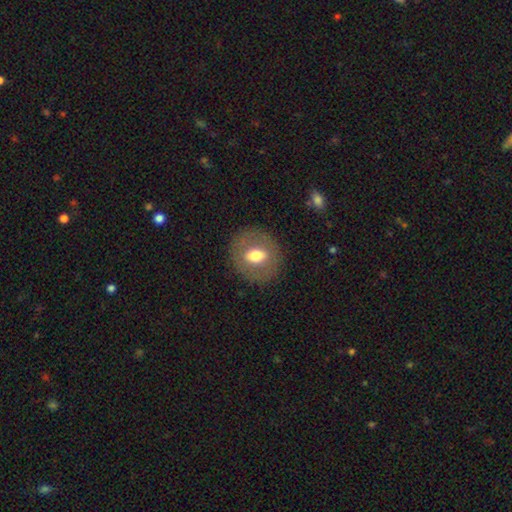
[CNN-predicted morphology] Overall: smooth (55%; featured or disk 37%). How rounded: round (67%; in between 31%). Merging: none (86%).